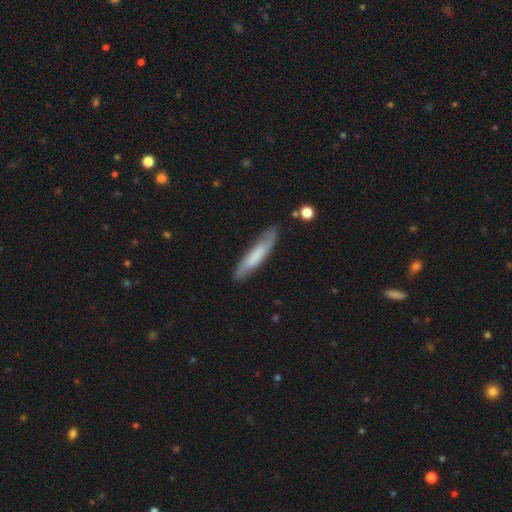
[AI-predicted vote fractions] Overall: smooth (50%; featured or disk 43%). Merging: none (78%).